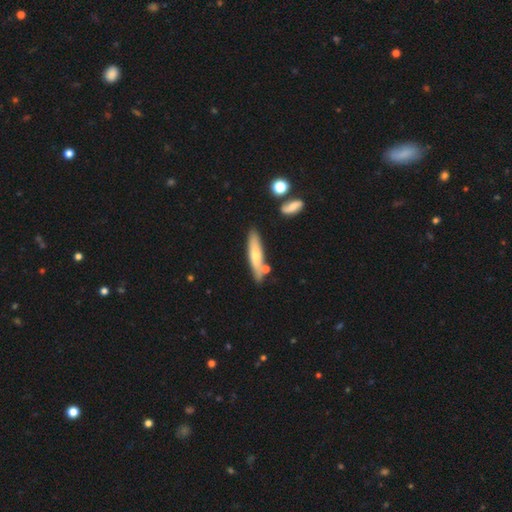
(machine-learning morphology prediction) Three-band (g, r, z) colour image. It shows a smooth galaxy with no disk features (59%) that is cigar-shaped (81%). Merging: none (75%).